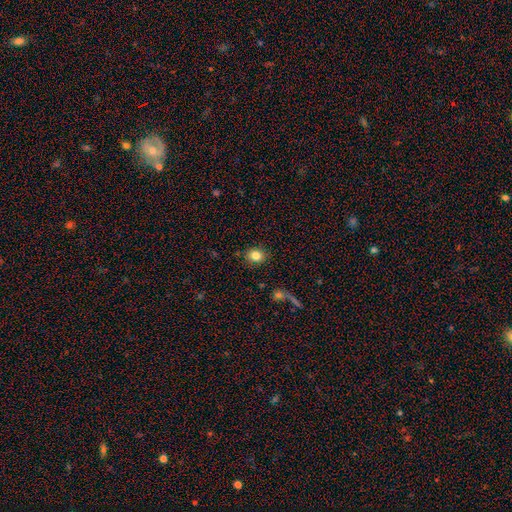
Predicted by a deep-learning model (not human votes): This appears to be a smooth galaxy with no disk features (83%) that is round (68%). Merging: none (88%).